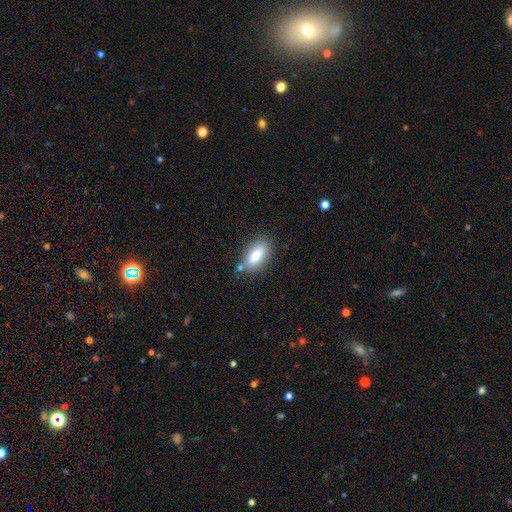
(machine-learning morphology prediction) Smooth or featured? Predicted: smooth (p=0.79). How rounded? Predicted: in between (p=0.84). Merging? Predicted: none (p=0.72).